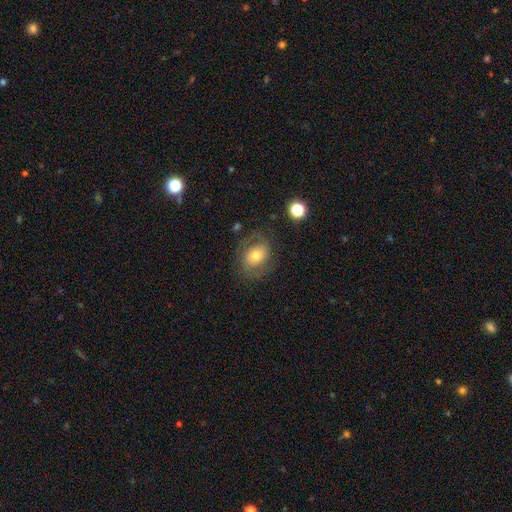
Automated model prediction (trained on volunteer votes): smooth_or_featured: smooth (p=0.49) [alt: featured or disk p=0.41]
merging: none (p=0.69) [alt: minor disturbance p=0.17]